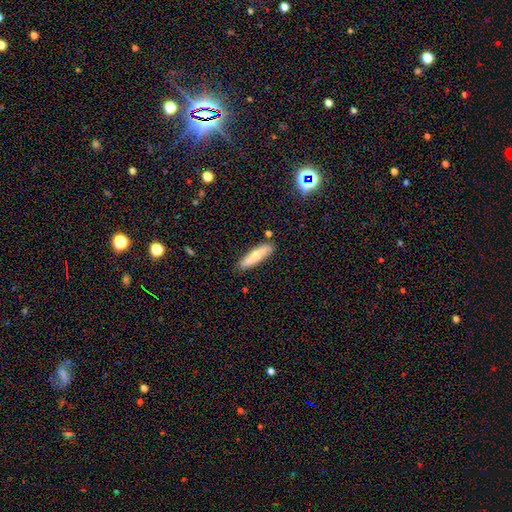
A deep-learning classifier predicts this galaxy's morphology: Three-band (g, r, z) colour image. It shows a smooth galaxy with no disk features (61%) that is cigar-shaped (79%). Merging: none (85%).